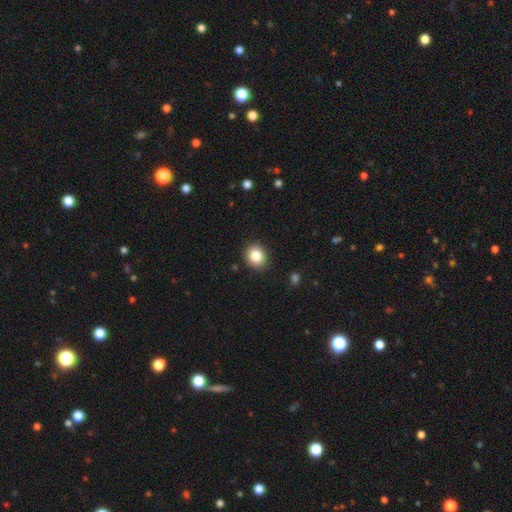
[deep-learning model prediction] Q: Smooth or featured?
A: smooth (83%); runner-up: star or artifact (10%)
Q: How rounded?
A: round (70%); runner-up: in between (29%)
Q: Merging?
A: none (89%); runner-up: minor disturbance (8%)